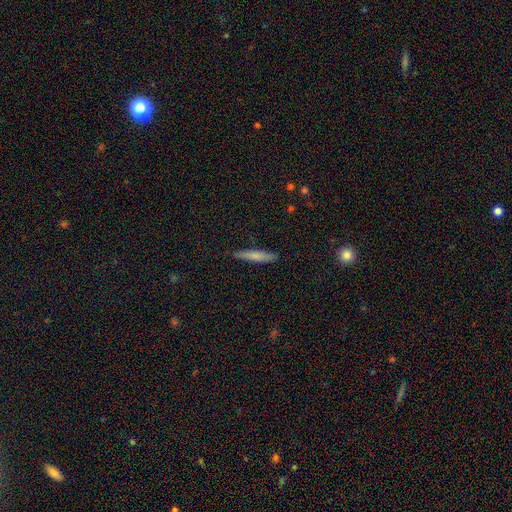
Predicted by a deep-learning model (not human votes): smooth_or_featured: smooth (p=0.69) [alt: featured or disk p=0.24]
how_rounded: cigar-shaped (p=0.91) [alt: in between p=0.08]
merging: none (p=0.87) [alt: minor disturbance p=0.10]